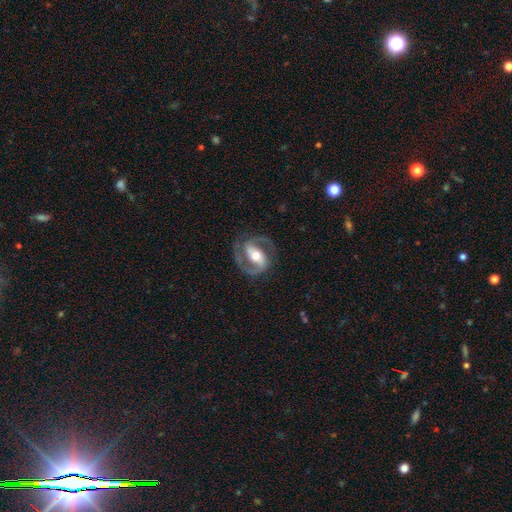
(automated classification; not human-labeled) Smooth or featured?
  - featured or disk: 89% *
  - smooth: 6%
  - star or artifact: 4%
Edge-on disk?
  - no: 97% *
  - yes: 3%
Bar?
  - strong: 48% *
  - weak: 32%
  - no: 20%
Spiral arms?
  - yes: 97% *
  - no: 3%
Spiral winding?
  - medium: 58% *
  - tight: 27%
  - loose: 15%
Spiral arm count?
  - 2: 92% *
  - 1: 2%
  - can't tell: 2%
  - 3: 1%
  - 4: 1%
  - more than 4: 1%
Bulge size?
  - moderate: 70% *
  - small: 17%
  - large: 11%
  - dominant: 1%
  - none: 1%
Merging?
  - none: 80% *
  - minor disturbance: 12%
  - major disturbance: 7%
  - merger: 1%